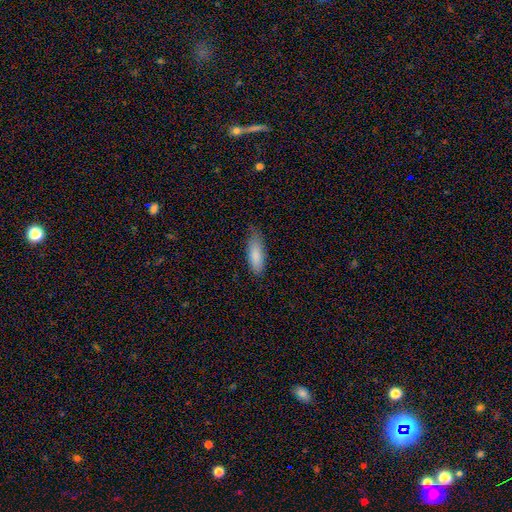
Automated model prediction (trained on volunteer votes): Morphology: type=smooth (87%); roundness=in between (71%); merging=none (68%).